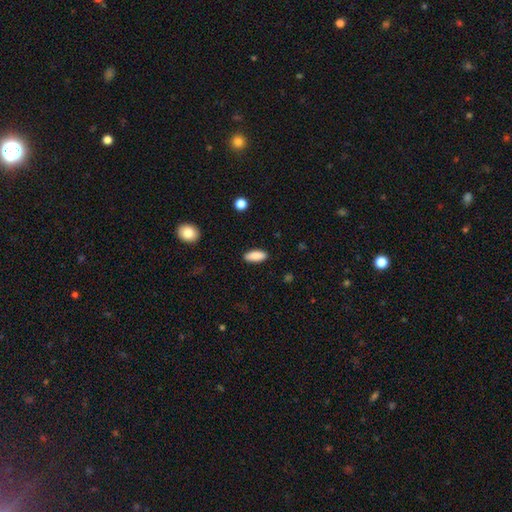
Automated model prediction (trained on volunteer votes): smooth_or_featured: smooth (p=0.88) [alt: star or artifact p=0.07]
how_rounded: in between (p=0.79) [alt: cigar-shaped p=0.19]
merging: none (p=0.88) [alt: minor disturbance p=0.09]